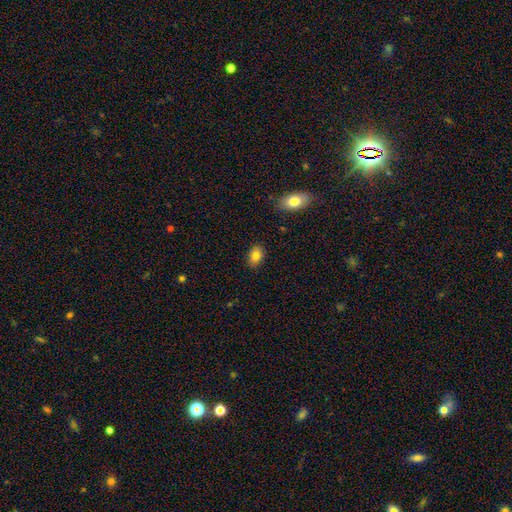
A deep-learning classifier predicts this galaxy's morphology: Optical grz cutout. It shows a smooth galaxy with no disk features (81%) that is in between round and cigar-shaped (80%). Merging: none (87%).